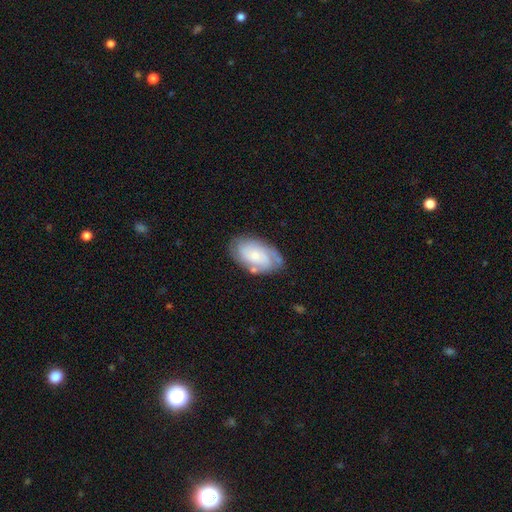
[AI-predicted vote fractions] featured or disk 65%, smooth 29%, star or artifact 6%. Down the decision tree: edge-on disk — no (96%); bar — no (71%); spiral arms — yes (90%); spiral arm count — can't tell (33%); spiral winding — tight (56%); bulge size — small (61%); merging — none (71%).